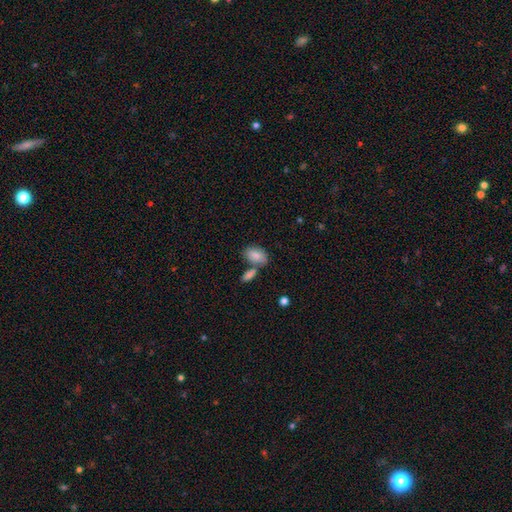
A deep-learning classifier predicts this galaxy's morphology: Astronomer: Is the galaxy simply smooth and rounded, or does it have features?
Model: smooth — 85%.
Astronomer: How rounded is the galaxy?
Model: in between — 92%.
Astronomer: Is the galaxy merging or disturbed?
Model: none — 52% (runner-up: merger, 30%).